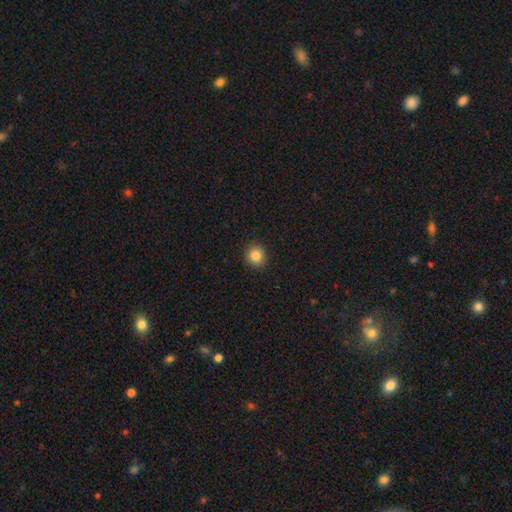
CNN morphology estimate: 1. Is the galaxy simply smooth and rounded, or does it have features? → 84% smooth, 11% star or artifact, 5% featured or disk.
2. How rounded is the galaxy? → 90% round, 9% in between, 1% cigar-shaped.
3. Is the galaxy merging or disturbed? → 92% none, 6% minor disturbance, 2% major disturbance, 1% merger.